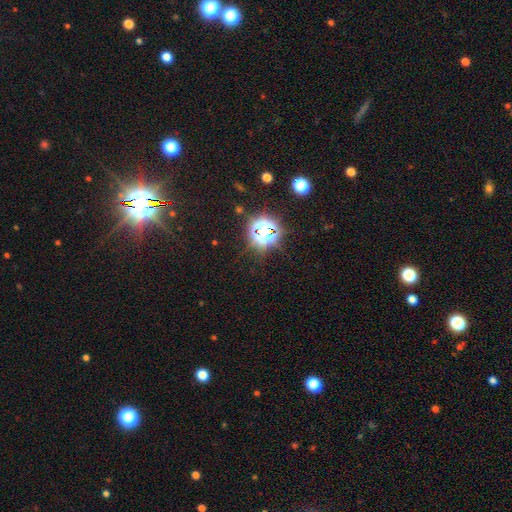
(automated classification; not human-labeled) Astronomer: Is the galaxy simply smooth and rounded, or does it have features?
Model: star or artifact — 79%.